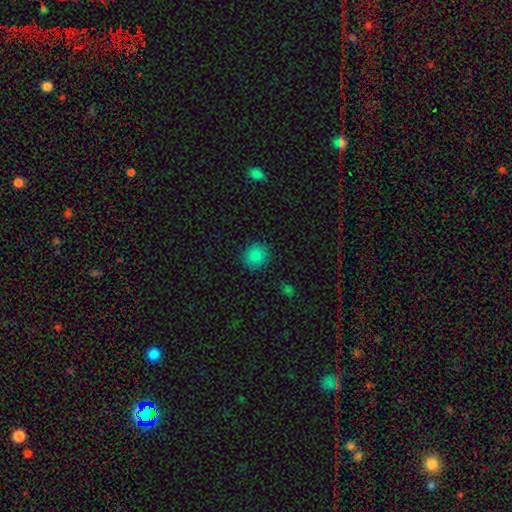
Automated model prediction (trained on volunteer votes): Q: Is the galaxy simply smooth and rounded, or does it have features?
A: smooth — 85%.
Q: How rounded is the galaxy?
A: round — 84%.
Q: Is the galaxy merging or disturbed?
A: none — 89%.